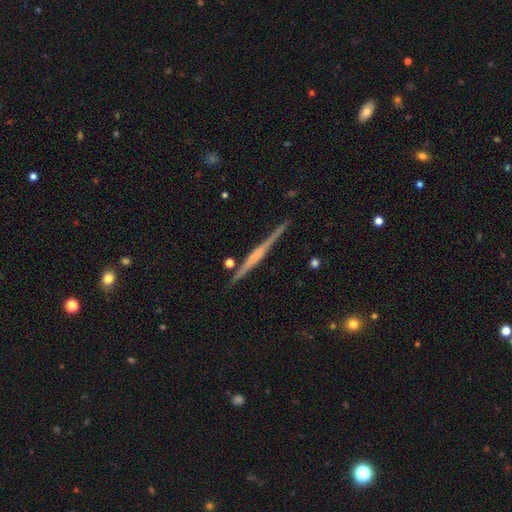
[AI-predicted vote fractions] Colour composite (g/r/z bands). It shows a featured or disk galaxy (74%) viewed edge-on (98%) with no central bulge (48%). Merging: none (89%).